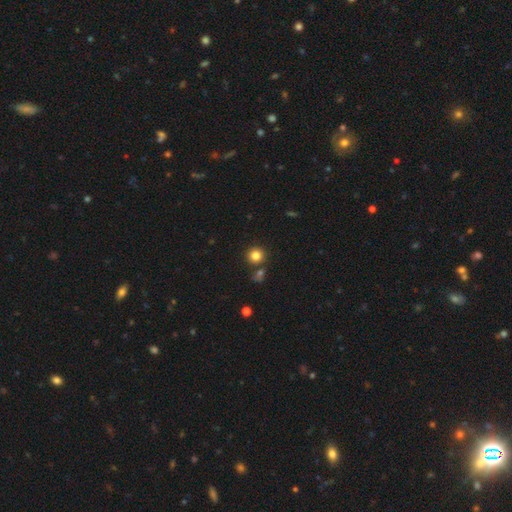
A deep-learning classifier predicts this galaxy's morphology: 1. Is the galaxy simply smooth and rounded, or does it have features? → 81% smooth, 13% star or artifact, 6% featured or disk.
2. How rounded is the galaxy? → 92% round, 7% in between, 1% cigar-shaped.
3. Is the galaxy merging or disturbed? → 80% none, 10% merger, 8% minor disturbance, 3% major disturbance.